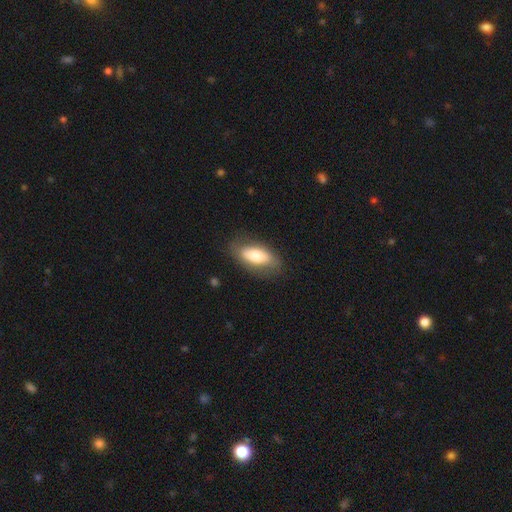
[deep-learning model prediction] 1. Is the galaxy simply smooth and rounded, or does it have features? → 67% smooth, 27% featured or disk, 6% star or artifact.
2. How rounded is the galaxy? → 83% in between, 14% cigar-shaped, 3% round.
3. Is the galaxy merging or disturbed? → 77% none, 16% minor disturbance, 6% major disturbance, 1% merger.